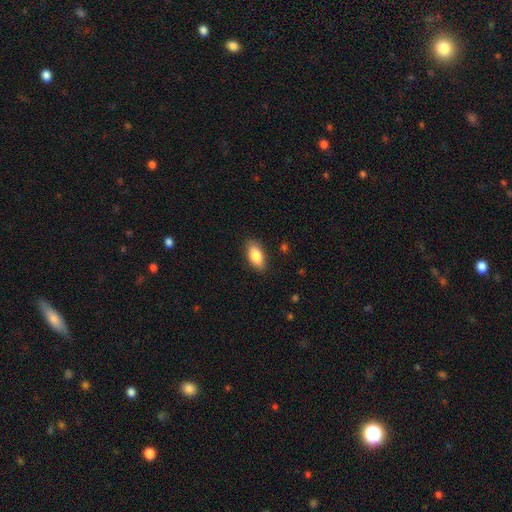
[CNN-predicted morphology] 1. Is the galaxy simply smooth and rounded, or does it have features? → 84% smooth, 9% featured or disk, 6% star or artifact.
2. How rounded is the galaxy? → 87% in between, 10% cigar-shaped, 3% round.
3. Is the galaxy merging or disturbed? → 87% none, 10% minor disturbance, 2% major disturbance, 1% merger.